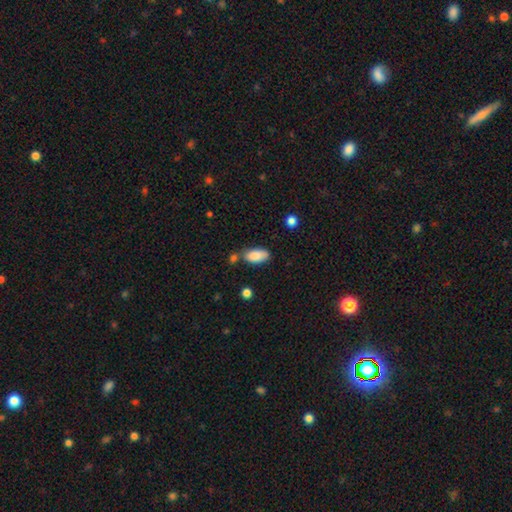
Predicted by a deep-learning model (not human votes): smooth_or_featured: smooth (p=0.87) [alt: star or artifact p=0.07]
how_rounded: in between (p=0.90) [alt: cigar-shaped p=0.07]
merging: none (p=0.63) [alt: minor disturbance p=0.19]